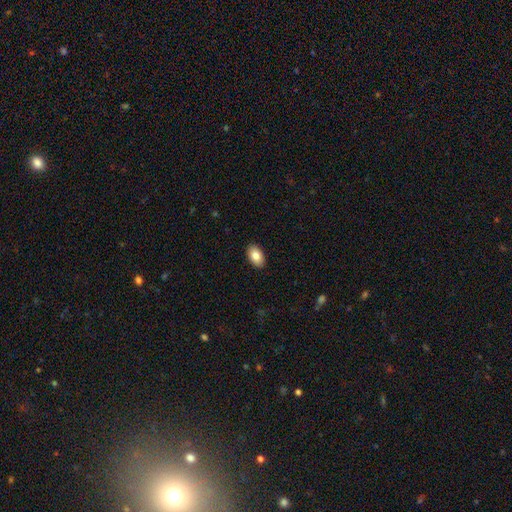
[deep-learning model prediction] A smooth galaxy with no disk features (85%) that is in between round and cigar-shaped (92%).

Vote fractions:
- Smooth or featured? smooth: 85% / featured or disk: 8% / star or artifact: 7%
- How rounded? in between: 92% / round: 6% / cigar-shaped: 1%
- Merging? none: 90% / minor disturbance: 8% / major disturbance: 2% / merger: 1%